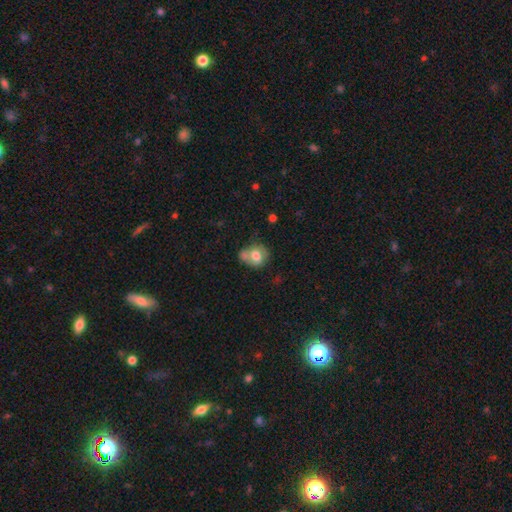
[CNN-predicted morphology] smooth 67%, featured or disk 24%, star or artifact 9%. Down the decision tree: how rounded — round (60%); merging — none (35%).